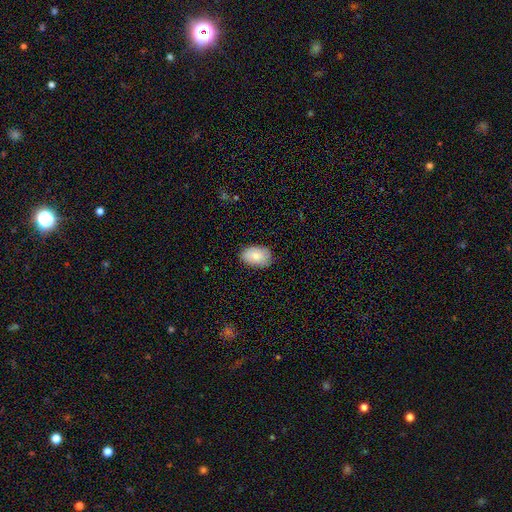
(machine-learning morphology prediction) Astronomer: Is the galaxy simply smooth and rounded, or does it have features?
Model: smooth — 82%.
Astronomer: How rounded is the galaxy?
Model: in between — 86%.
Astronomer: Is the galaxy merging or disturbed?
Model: none — 82%.